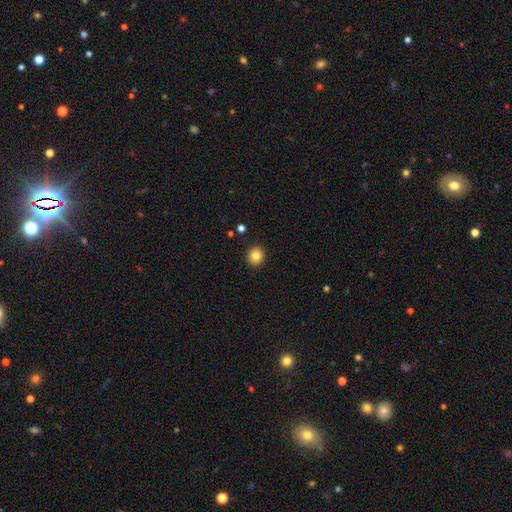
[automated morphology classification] Smooth or featured? smooth (83%)
How rounded? round (87%)
Merging? none (92%)